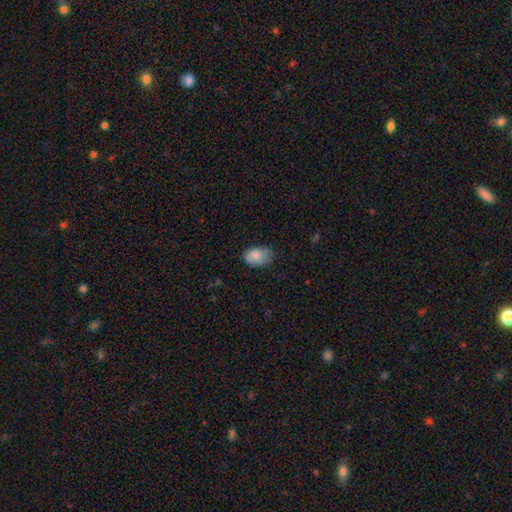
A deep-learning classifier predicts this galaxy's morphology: Smooth or featured?
  - smooth: 85% *
  - featured or disk: 8%
  - star or artifact: 7%
How rounded?
  - in between: 87% *
  - round: 12%
  - cigar-shaped: 1%
Merging?
  - none: 66% *
  - minor disturbance: 27%
  - major disturbance: 6%
  - merger: 1%